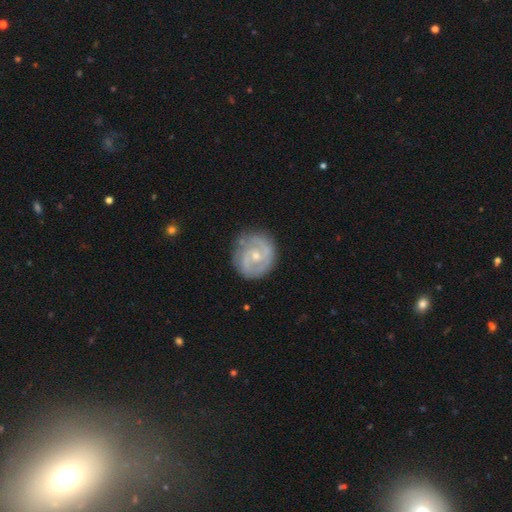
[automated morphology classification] smooth_or_featured: featured or disk (p=0.84) [alt: smooth p=0.12]
disk_edge_on: no (p=0.98) [alt: yes p=0.02]
bar: no (p=0.58) [alt: weak p=0.36]
has_spiral_arms: yes (p=0.94) [alt: no p=0.06]
spiral_winding: tight (p=0.56) [alt: medium p=0.36]
spiral_arm_count: 2 (p=0.69) [alt: can't tell p=0.12]
bulge_size: small (p=0.60) [alt: moderate p=0.37]
merging: none (p=0.79) [alt: minor disturbance p=0.15]